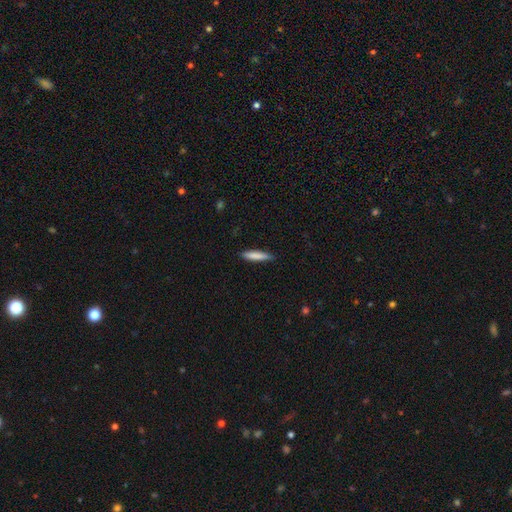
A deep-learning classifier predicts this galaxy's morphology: Smooth or featured? smooth (81%)
How rounded? cigar-shaped (87%)
Merging? none (86%)